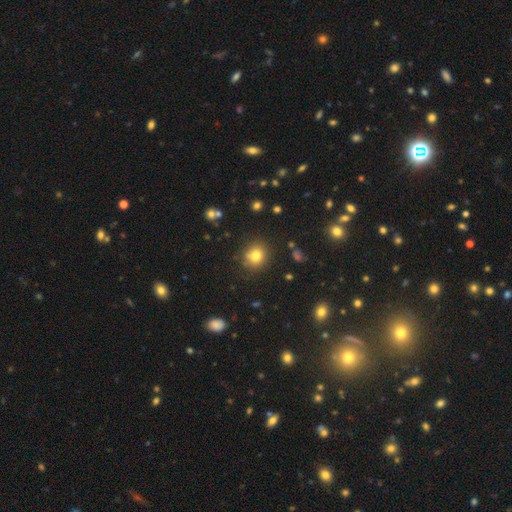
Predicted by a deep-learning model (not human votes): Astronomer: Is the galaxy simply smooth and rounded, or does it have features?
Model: smooth — 78%.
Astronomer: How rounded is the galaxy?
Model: round — 83%.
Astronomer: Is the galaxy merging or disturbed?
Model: none — 84%.